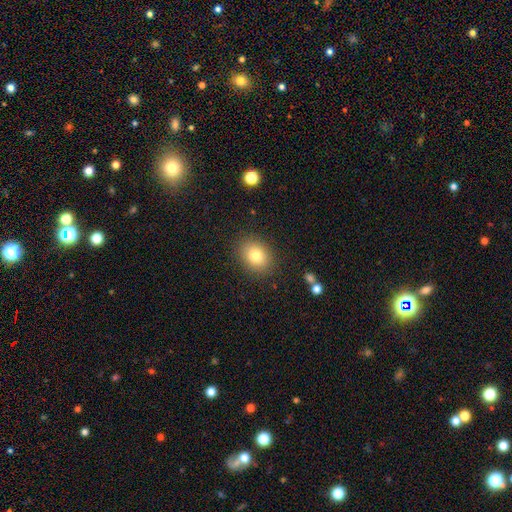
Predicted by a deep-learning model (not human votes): smooth 80%, star or artifact 10%, featured or disk 10%. Down the decision tree: how rounded — round (50%); merging — none (87%).